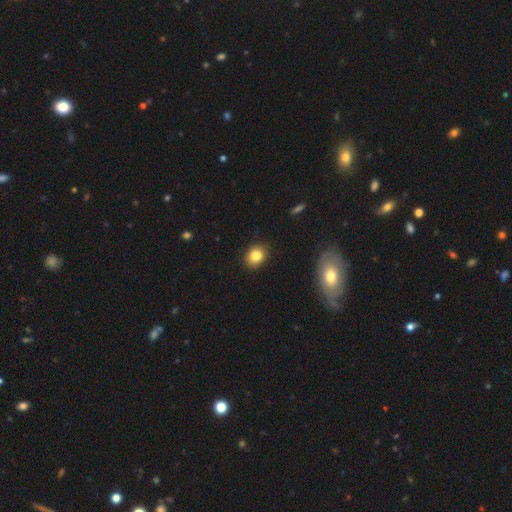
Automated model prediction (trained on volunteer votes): Smooth or featured? Predicted: smooth (p=0.83). How rounded? Predicted: round (p=0.51). Merging? Predicted: none (p=0.85).